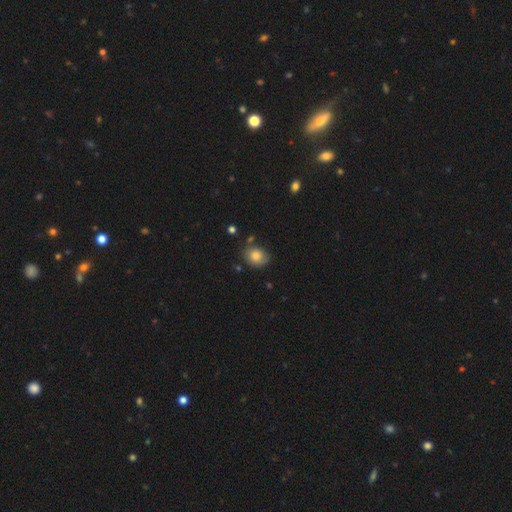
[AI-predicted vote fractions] Q: Smooth or featured?
A: smooth (82%); runner-up: star or artifact (9%)
Q: How rounded?
A: round (50%); runner-up: in between (49%)
Q: Merging?
A: none (74%); runner-up: minor disturbance (18%)